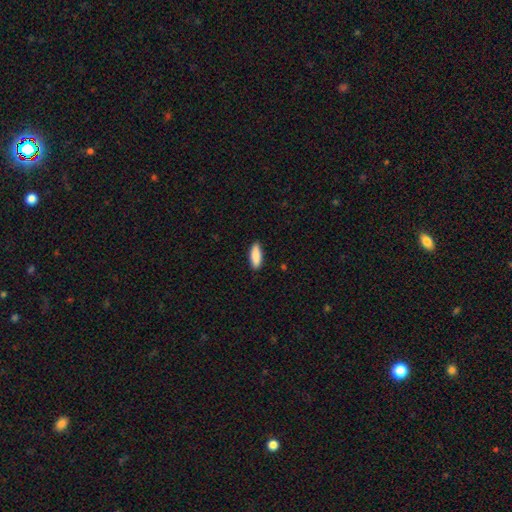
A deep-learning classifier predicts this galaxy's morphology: smooth 89%, featured or disk 6%, star or artifact 6%. Down the decision tree: how rounded — in between (66%); merging — none (89%).